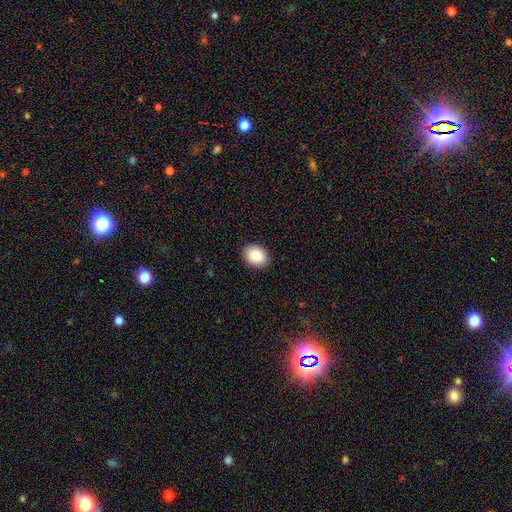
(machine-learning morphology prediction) smooth_or_featured: smooth (p=0.89) [alt: star or artifact p=0.07]
how_rounded: in between (p=0.75) [alt: round p=0.24]
merging: none (p=0.90) [alt: minor disturbance p=0.07]